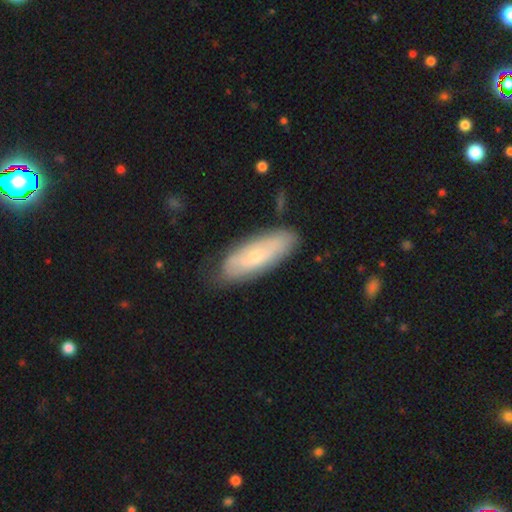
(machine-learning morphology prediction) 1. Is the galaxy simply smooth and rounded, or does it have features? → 50% smooth, 44% featured or disk, 6% star or artifact.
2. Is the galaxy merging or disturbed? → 77% none, 17% minor disturbance, 4% major disturbance, 2% merger.